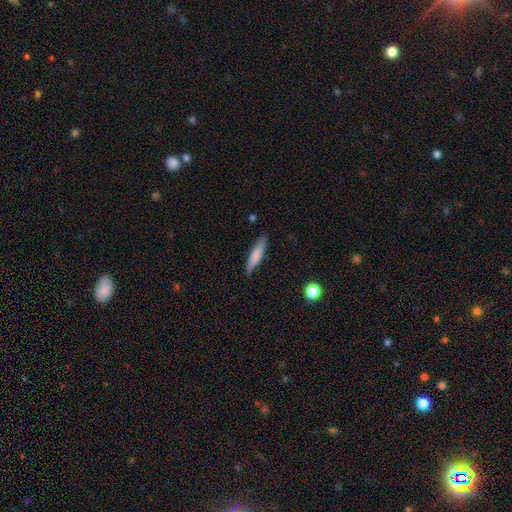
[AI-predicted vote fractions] The model was most divided on "smooth or featured": smooth: 73%, featured or disk: 21%, star or artifact: 6%. More confident: merging — none (83%); how rounded — cigar-shaped (81%).